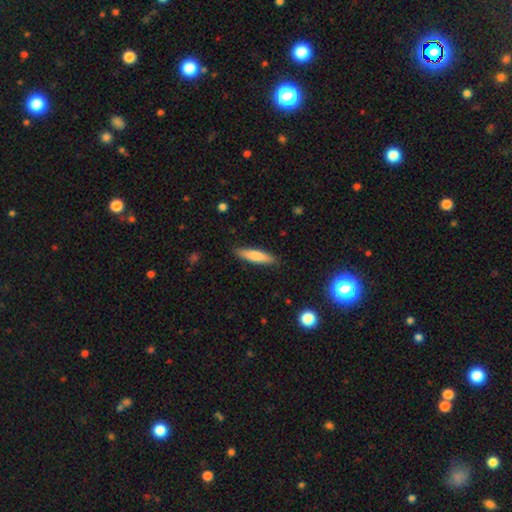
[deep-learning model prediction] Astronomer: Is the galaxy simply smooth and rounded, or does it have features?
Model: smooth — 78%.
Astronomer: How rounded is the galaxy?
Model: cigar-shaped — 78%.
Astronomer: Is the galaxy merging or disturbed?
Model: none — 87%.